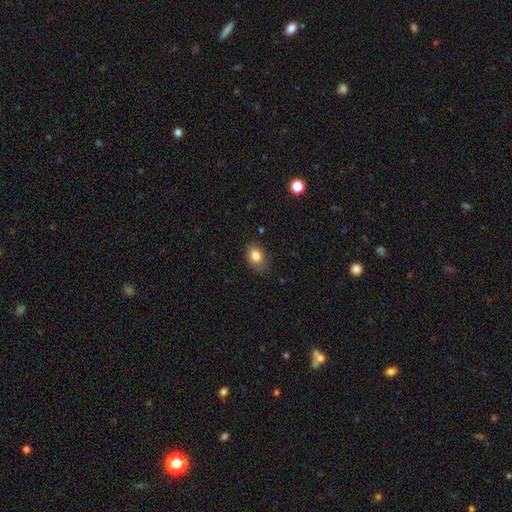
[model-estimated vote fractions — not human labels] smooth_or_featured: smooth (p=0.82) [alt: featured or disk p=0.09]
how_rounded: in between (p=0.75) [alt: round p=0.24]
merging: none (p=0.70) [alt: minor disturbance p=0.23]